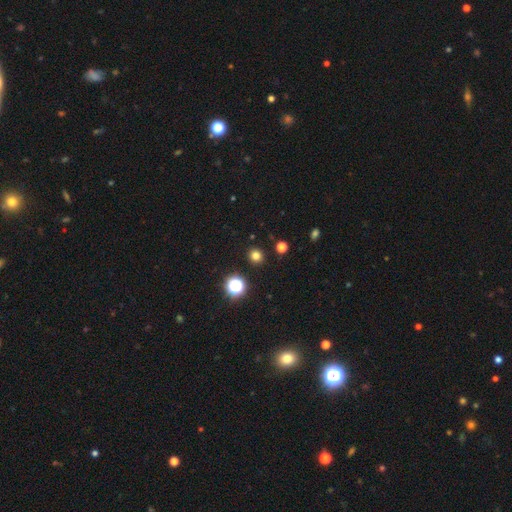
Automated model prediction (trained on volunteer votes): Overall: smooth (77%). How rounded: round (88%). Merging: none (91%).